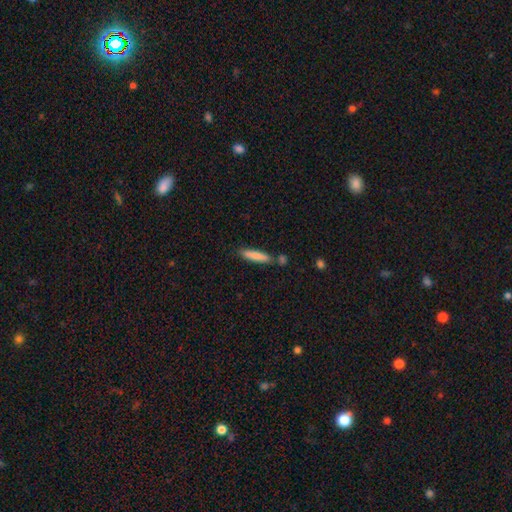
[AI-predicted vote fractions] A smooth galaxy with no disk features (78%) that is cigar-shaped (87%). Merging: none (76%).